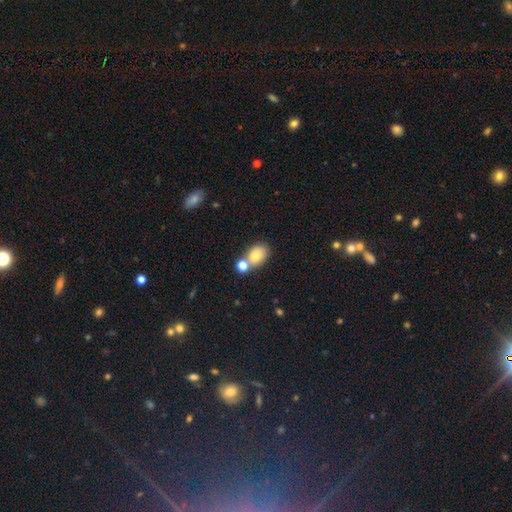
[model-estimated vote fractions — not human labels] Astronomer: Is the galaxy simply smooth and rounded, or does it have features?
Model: smooth — 76%.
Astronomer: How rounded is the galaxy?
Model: in between — 70%.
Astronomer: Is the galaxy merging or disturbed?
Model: none — 55%.